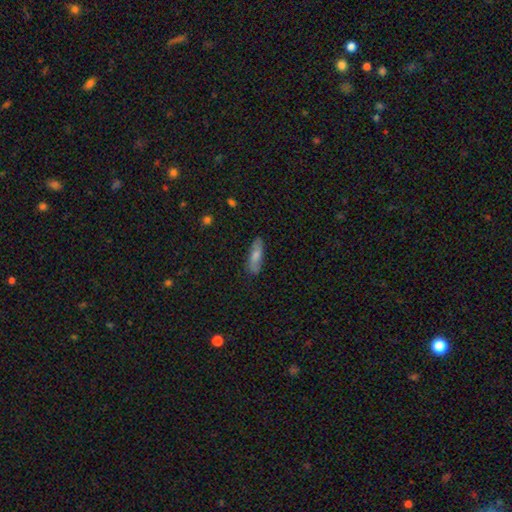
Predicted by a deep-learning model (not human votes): smooth 69%, featured or disk 24%, star or artifact 6%. Down the decision tree: how rounded — in between (49%); merging — none (81%).